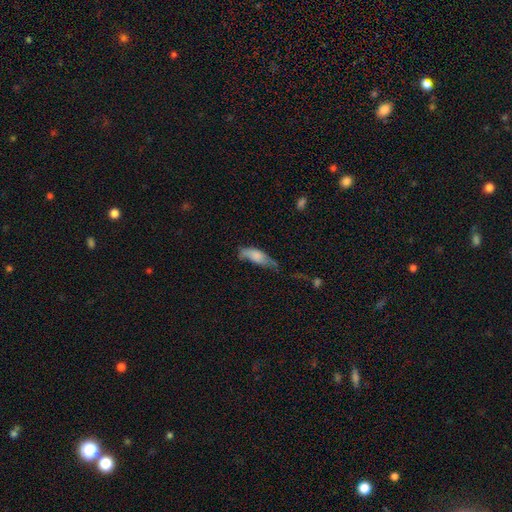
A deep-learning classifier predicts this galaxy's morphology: Smooth or featured? Predicted: smooth (p=0.72). How rounded? Predicted: in between (p=0.69). Merging? Predicted: minor disturbance (p=0.38).